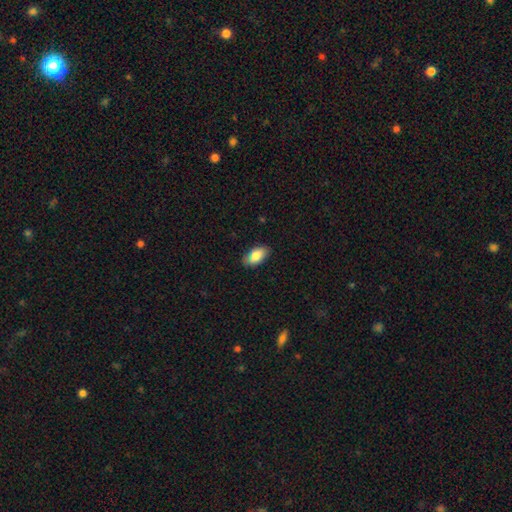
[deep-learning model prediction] This appears to be a smooth galaxy with no disk features (85%) that is in between round and cigar-shaped (93%). Merging: none (84%).